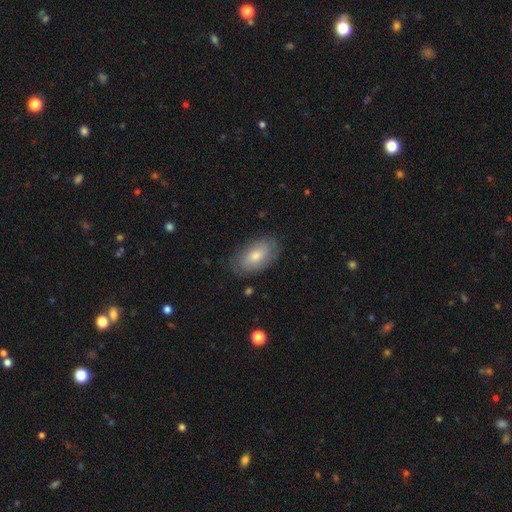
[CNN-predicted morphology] Smooth or featured? Predicted: smooth (p=0.51). How rounded? Predicted: in between (p=0.92). Merging? Predicted: none (p=0.79).